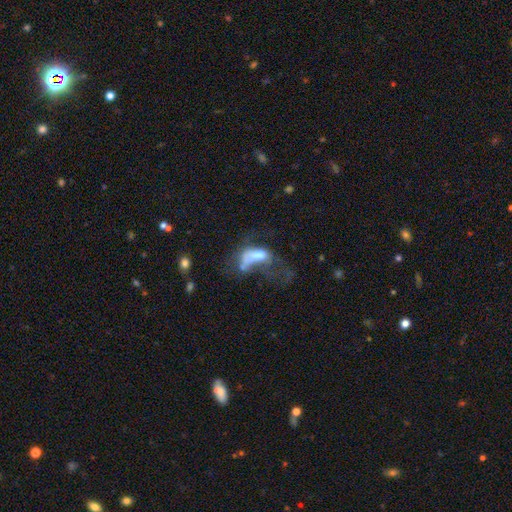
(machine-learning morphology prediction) smooth_or_featured: smooth (p=0.48) [alt: featured or disk p=0.39]
merging: major disturbance (p=0.47) [alt: merger p=0.30]